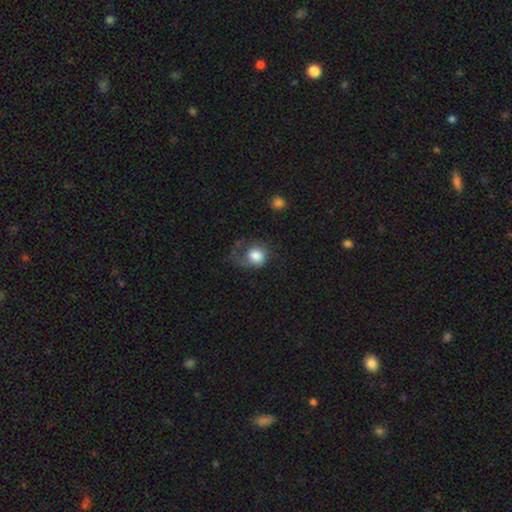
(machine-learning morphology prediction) The model was most divided on "merging": major disturbance: 42%, none: 33%, minor disturbance: 22%, merger: 3%. More confident: how rounded — round (70%); smooth or featured — smooth (69%).